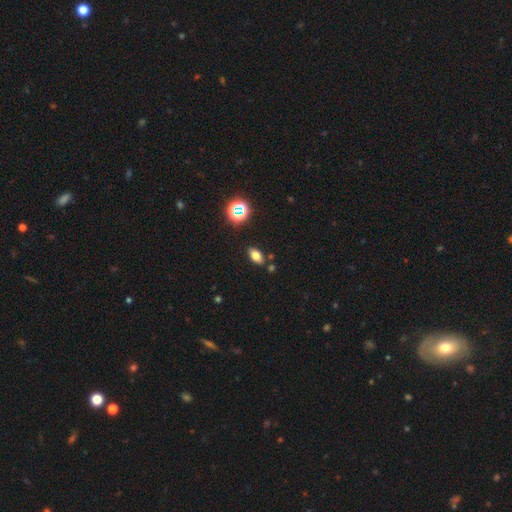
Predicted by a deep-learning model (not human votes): Smooth or featured? smooth (71%)
How rounded? in between (86%)
Merging? none (82%)